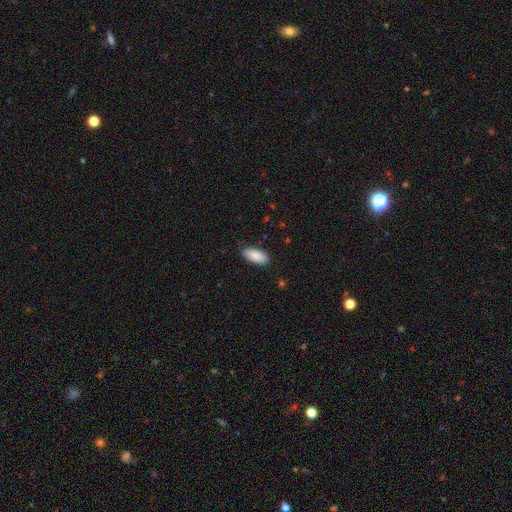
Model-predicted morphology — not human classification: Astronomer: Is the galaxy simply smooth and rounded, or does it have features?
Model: smooth — 89%.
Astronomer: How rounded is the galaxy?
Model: in between — 90%.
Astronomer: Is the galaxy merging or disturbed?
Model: none — 87%.